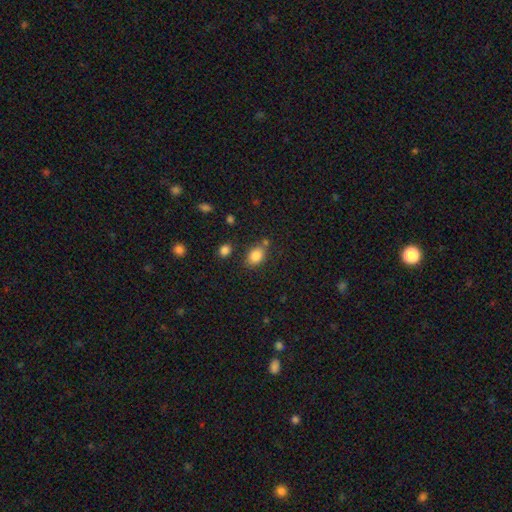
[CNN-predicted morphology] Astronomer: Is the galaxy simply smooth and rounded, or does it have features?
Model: smooth — 84%.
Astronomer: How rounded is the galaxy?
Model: in between — 64%.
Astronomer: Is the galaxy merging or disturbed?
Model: none — 69%.